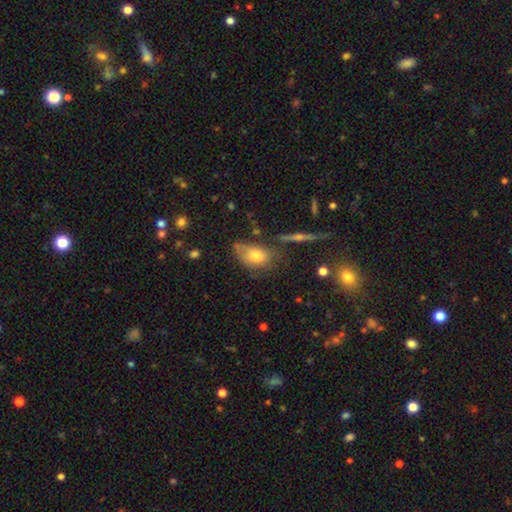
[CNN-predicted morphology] type=smooth (73%); roundness=in between (83%); merging=none (54%).